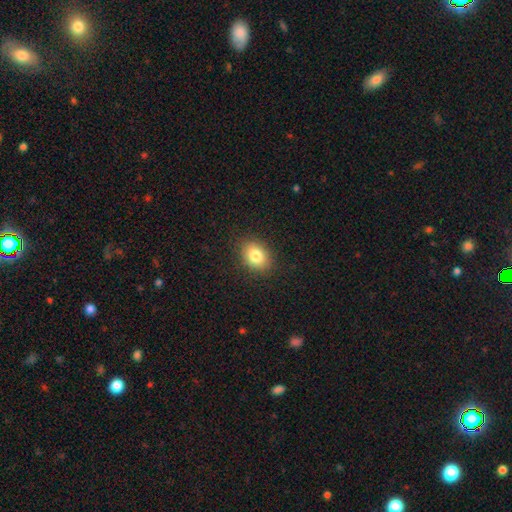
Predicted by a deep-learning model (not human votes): This is clearly a smooth galaxy (82%). How rounded: likely in between (66%). Merging: clearly none (87%).